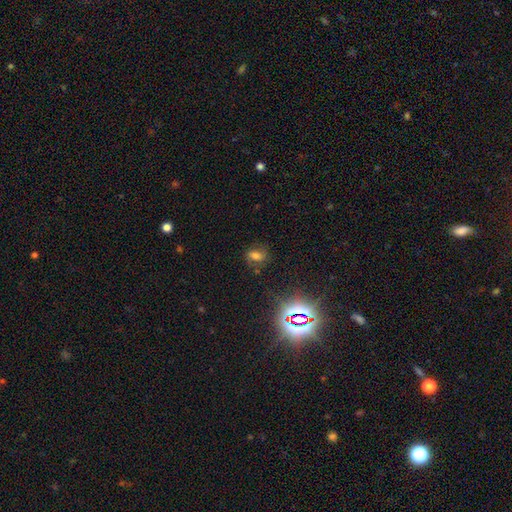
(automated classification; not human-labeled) A smooth galaxy with no disk features (52%) that is in between round and cigar-shaped (70%).

Vote fractions:
- Smooth or featured? smooth: 52% / star or artifact: 28% / featured or disk: 20%
- How rounded? in between: 70% / round: 27% / cigar-shaped: 3%
- Merging? none: 72% / minor disturbance: 17% / major disturbance: 7% / merger: 3%